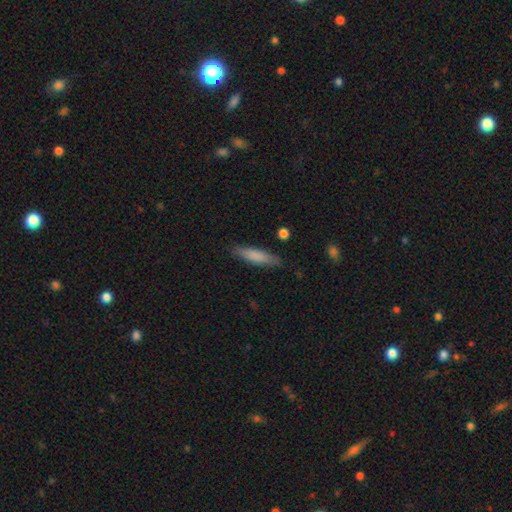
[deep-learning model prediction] A smooth galaxy with no disk features (80%) that is cigar-shaped (78%). Merging: none (84%).